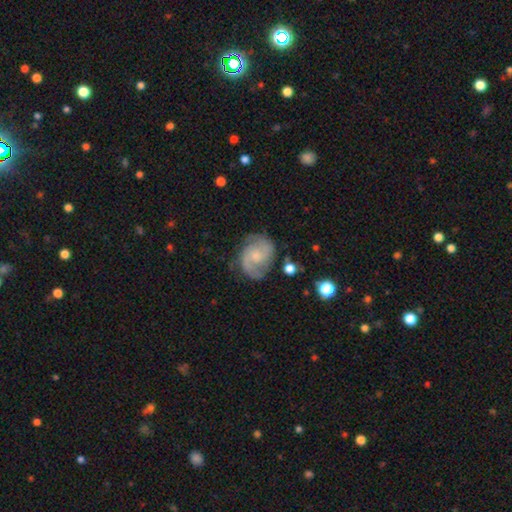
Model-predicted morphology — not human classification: Smooth or featured: featured or disk — 81% (smooth — 13%)
Edge-on disk: no — 98% (yes — 2%)
Bar: no — 58% (weak — 37%)
Spiral arms: yes — 96% (no — 4%)
Spiral winding: medium — 52% (tight — 31%)
Spiral arm count: 2 — 87% (can't tell — 6%)
Bulge size: small — 50% (moderate — 29%)
Merging: none — 77% (minor disturbance — 16%)